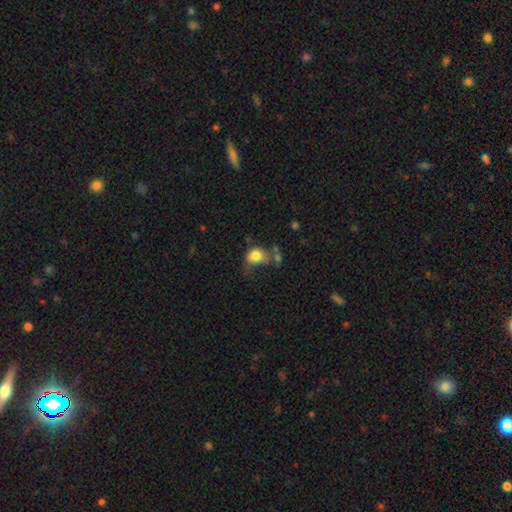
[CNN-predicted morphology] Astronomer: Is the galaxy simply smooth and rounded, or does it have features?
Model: smooth — 78%.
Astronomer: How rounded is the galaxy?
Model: in between — 55% (runner-up: round, 44%).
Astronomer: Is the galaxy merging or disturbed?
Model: none — 31% (runner-up: minor disturbance, 27%).